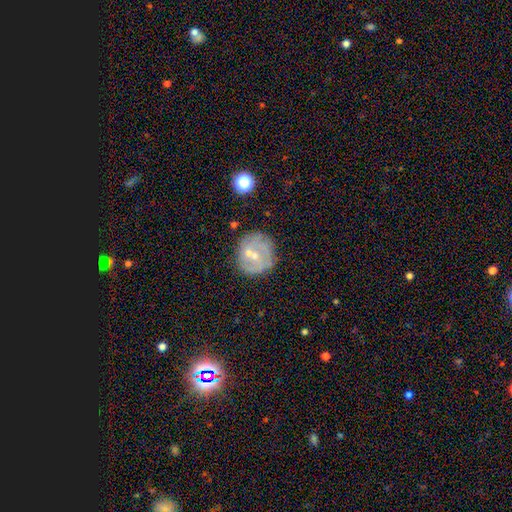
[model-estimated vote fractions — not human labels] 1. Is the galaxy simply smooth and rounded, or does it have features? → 61% featured or disk, 30% smooth, 9% star or artifact.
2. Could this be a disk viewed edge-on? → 97% no, 3% yes.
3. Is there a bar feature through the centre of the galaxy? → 43% weak (tied), 43% no (tied), 14% strong.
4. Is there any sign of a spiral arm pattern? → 65% yes, 35% no.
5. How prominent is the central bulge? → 64% small, 29% moderate, 5% none, 1% large, 1% dominant.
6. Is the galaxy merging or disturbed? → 67% none, 17% minor disturbance, 8% merger, 8% major disturbance.